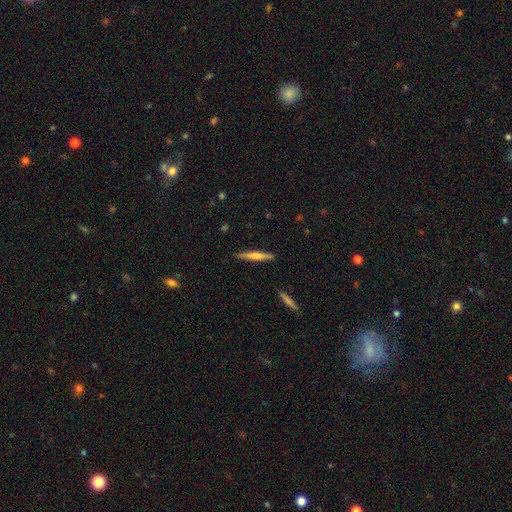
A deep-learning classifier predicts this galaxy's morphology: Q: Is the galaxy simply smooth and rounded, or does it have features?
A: smooth — 57%.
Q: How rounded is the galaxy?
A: cigar-shaped — 94%.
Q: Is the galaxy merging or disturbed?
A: none — 89%.